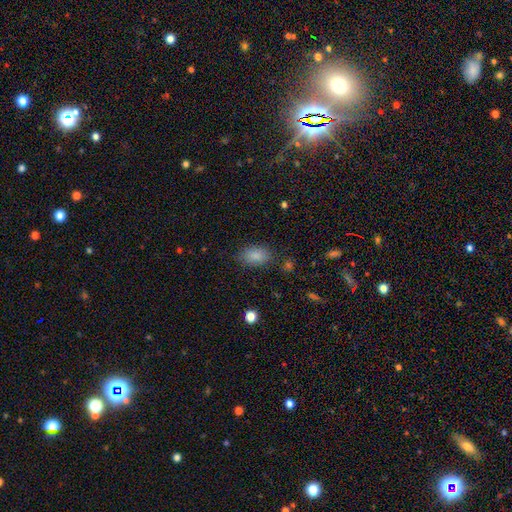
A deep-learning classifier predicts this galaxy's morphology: Smooth or featured? Predicted: smooth (p=0.85). How rounded? Predicted: in between (p=0.89). Merging? Predicted: none (p=0.80).